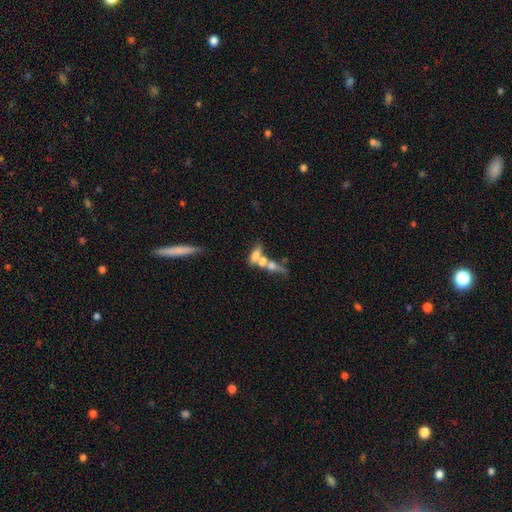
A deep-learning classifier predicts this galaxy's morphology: smooth 61%, featured or disk 28%, star or artifact 11%. Down the decision tree: how rounded — in between (64%); merging — merger (55%).